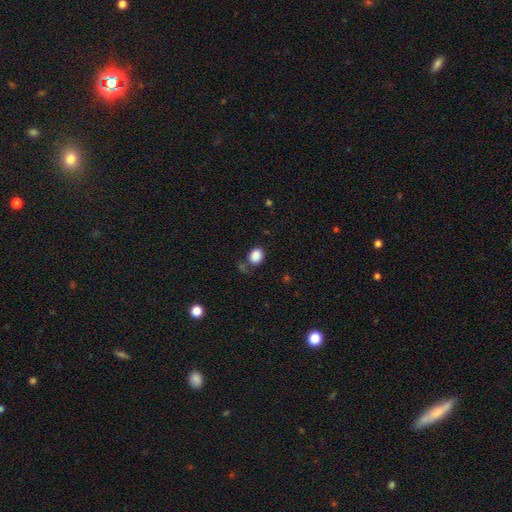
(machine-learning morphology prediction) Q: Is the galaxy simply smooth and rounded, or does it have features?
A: smooth — 87%.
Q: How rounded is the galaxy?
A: round — 59%.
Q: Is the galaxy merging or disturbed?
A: none — 72%.